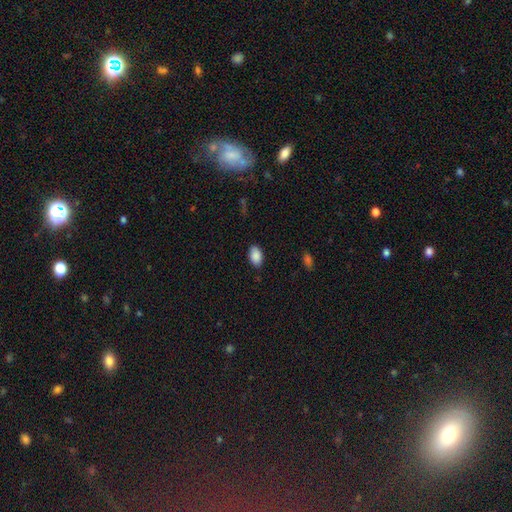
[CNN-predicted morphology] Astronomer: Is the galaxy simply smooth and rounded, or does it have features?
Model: smooth — 89%.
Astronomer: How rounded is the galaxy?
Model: in between — 92%.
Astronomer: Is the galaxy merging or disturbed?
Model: none — 86%.